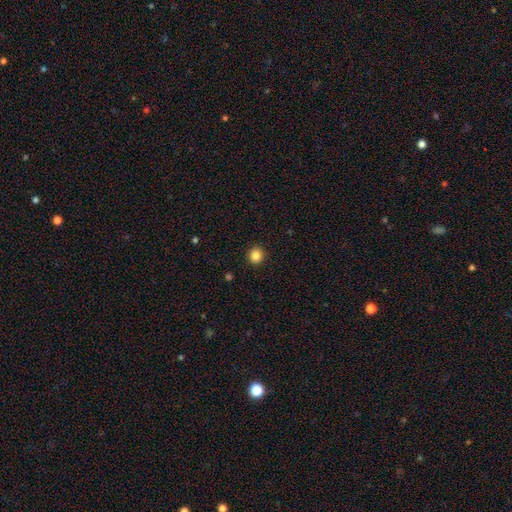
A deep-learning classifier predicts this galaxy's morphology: A smooth galaxy with no disk features (85%) that is round (93%). Merging: none (93%).